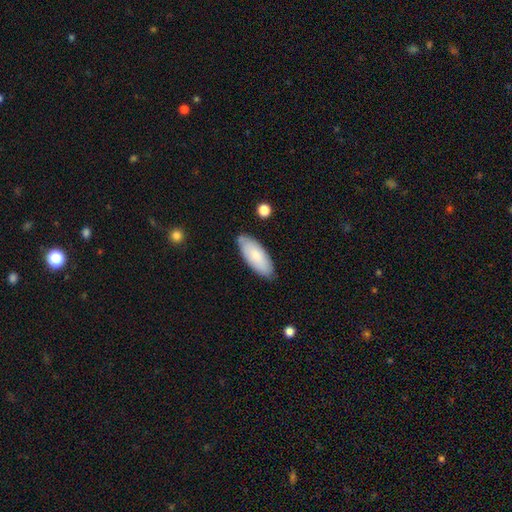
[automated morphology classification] A smooth galaxy with no disk features (76%) that is in between round and cigar-shaped (81%).

Vote fractions:
- Smooth or featured? smooth: 76% / featured or disk: 18% / star or artifact: 6%
- How rounded? in between: 81% / cigar-shaped: 18% / round: 2%
- Merging? none: 80% / minor disturbance: 16% / major disturbance: 2% / merger: 2%